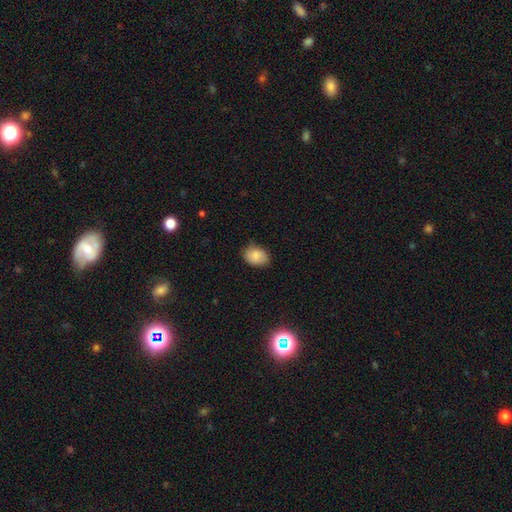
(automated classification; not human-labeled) smooth 83%, featured or disk 9%, star or artifact 8%. Down the decision tree: how rounded — in between (75%); merging — none (74%).